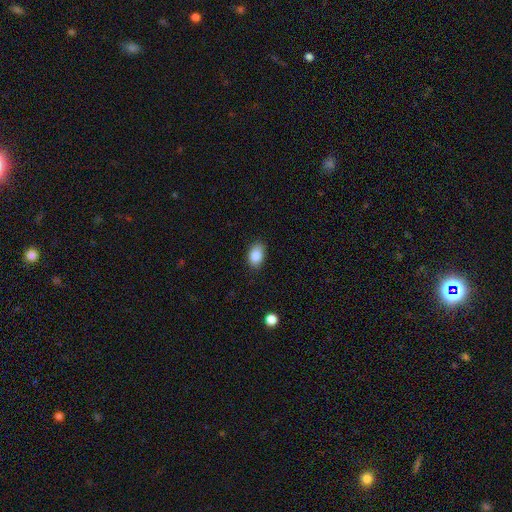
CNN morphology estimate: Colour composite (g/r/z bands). It shows a smooth galaxy with no disk features (87%) that is in between round and cigar-shaped (86%). Merging: none (82%).